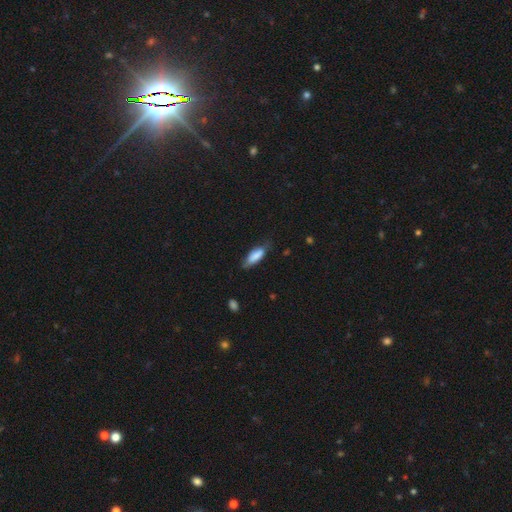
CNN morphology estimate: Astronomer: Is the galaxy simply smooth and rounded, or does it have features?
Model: smooth — 77%.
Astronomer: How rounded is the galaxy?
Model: in between — 63%.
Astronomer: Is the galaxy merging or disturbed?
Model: none — 62%.